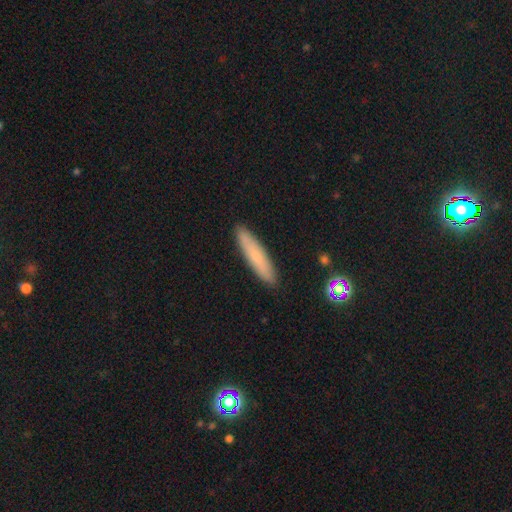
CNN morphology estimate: Smooth or featured?
  - smooth: 76% *
  - featured or disk: 17%
  - star or artifact: 8%
How rounded?
  - cigar-shaped: 88% *
  - in between: 11%
  - round: 1%
Merging?
  - none: 90% *
  - minor disturbance: 7%
  - major disturbance: 2%
  - merger: 1%